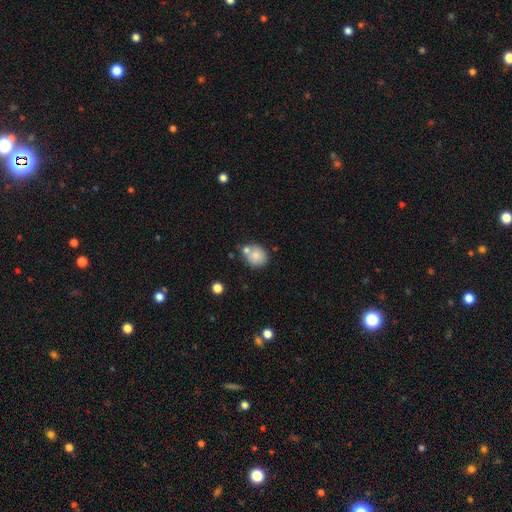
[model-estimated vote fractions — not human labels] Morphology: type=smooth (78%); roundness=round (75%); merging=none (54%).